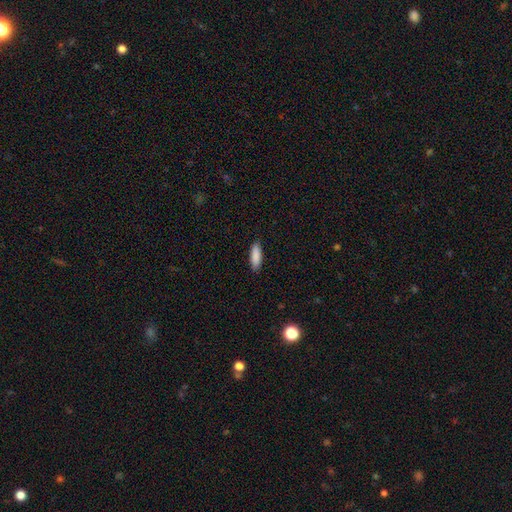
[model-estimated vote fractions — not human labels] smooth-or-featured: smooth: 89% | star or artifact: 6% | featured or disk: 5%
  how-rounded: in between: 52% | cigar-shaped: 47% | round: 2%
  merging: none: 88% | minor disturbance: 9% | major disturbance: 2% | merger: 1%